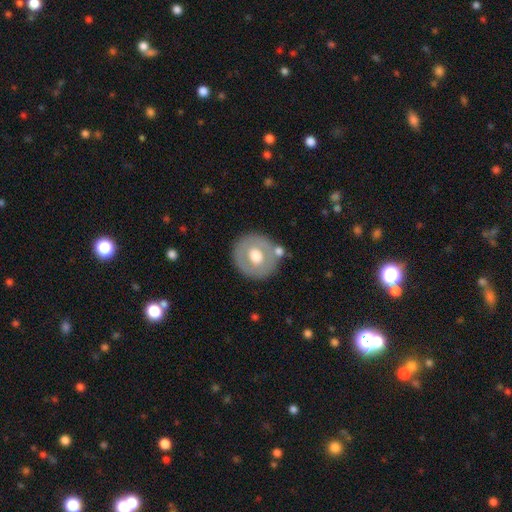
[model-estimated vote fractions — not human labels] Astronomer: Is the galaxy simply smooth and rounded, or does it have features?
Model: smooth — 51% (runner-up: featured or disk, 43%).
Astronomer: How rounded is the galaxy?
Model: round — 87%.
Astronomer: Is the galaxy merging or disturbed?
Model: none — 77%.